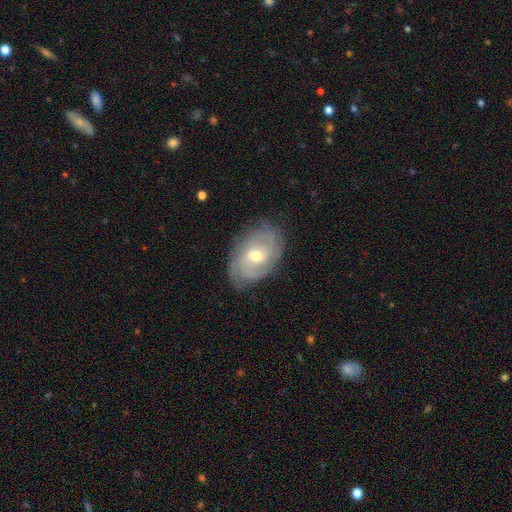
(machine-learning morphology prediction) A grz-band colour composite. It shows a featured or disk galaxy (79%) with no bar (55%), tight (64%) spiral arms (92%) and a moderate central bulge (56%). Merging: none (77%).